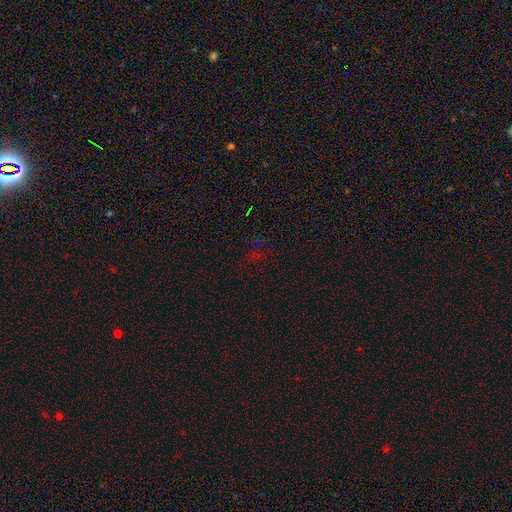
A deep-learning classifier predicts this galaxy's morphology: Smooth or featured? Predicted: star or artifact (p=0.67).